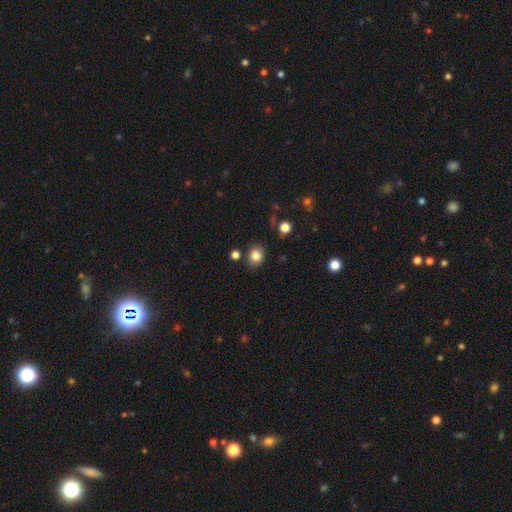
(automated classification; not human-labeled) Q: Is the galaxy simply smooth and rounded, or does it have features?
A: smooth — 83%.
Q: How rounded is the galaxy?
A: round — 57%.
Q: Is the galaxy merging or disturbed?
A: none — 82%.